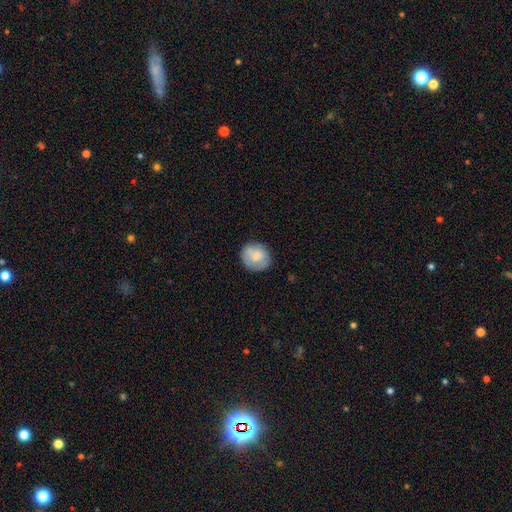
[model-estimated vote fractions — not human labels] smooth 72%, featured or disk 21%, star or artifact 7%. Down the decision tree: how rounded — round (85%); merging — none (79%).